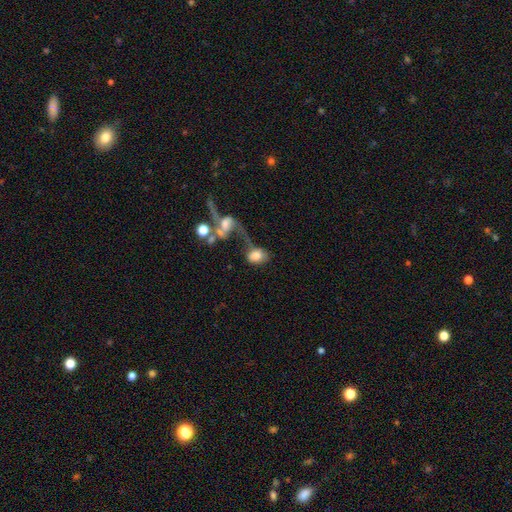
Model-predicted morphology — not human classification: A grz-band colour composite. It shows a smooth galaxy with no disk features (64%) that is in between round and cigar-shaped (69%). Merging: merger (48%).